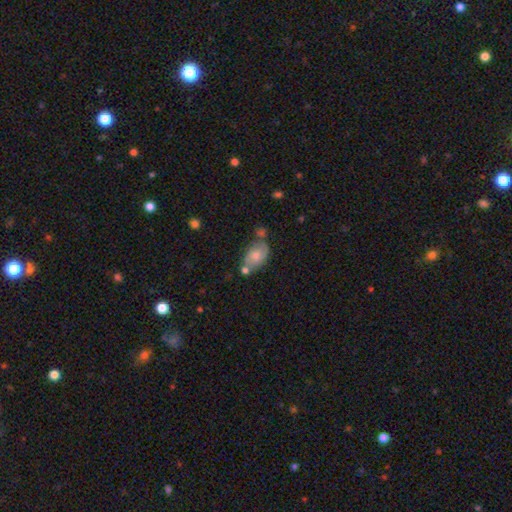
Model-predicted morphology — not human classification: Overall: smooth (62%; featured or disk 31%). How rounded: in between (84%). Merging: none (50%; merger 23%).